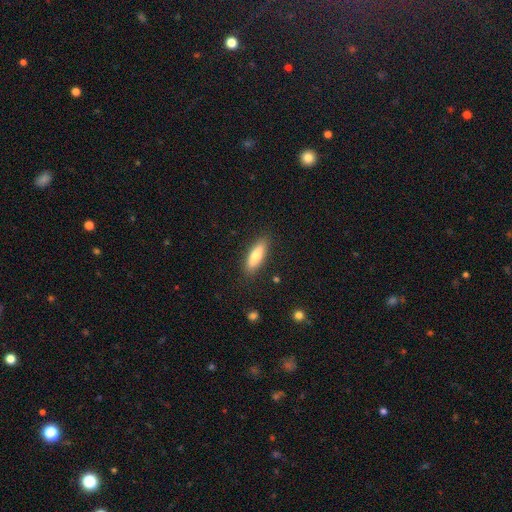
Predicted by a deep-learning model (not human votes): Smooth or featured: smooth — 75% (featured or disk — 19%)
How rounded: cigar-shaped — 57% (in between — 41%)
Merging: none — 88% (minor disturbance — 9%)